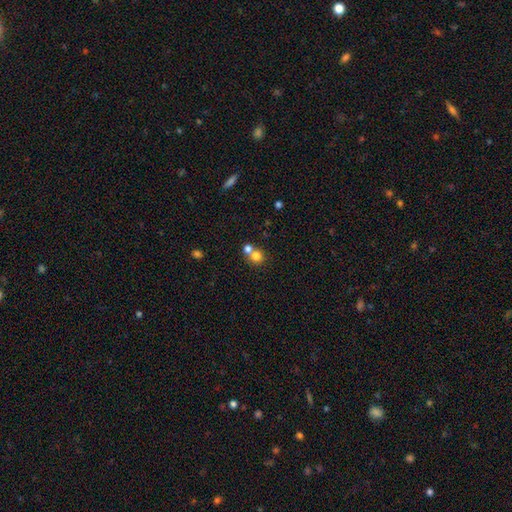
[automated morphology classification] The model was most divided on "merging": merger: 47%, none: 45%, minor disturbance: 5%, major disturbance: 3%. More confident: how rounded — round (87%); smooth or featured — smooth (78%).